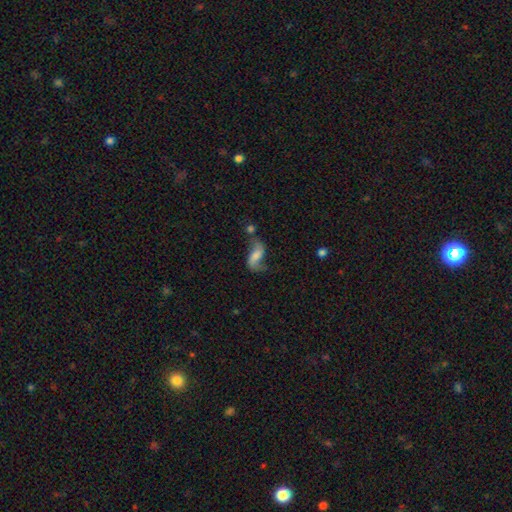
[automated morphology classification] Smooth or featured?
  - featured or disk: 68% *
  - smooth: 24%
  - star or artifact: 9%
Edge-on disk?
  - no: 95% *
  - yes: 5%
Bar?
  - weak: 41% *
  - no: 36%
  - strong: 23%
Spiral arms?
  - yes: 90% *
  - no: 10%
Spiral winding?
  - loose: 84% *
  - medium: 13%
  - tight: 3%
Spiral arm count?
  - 2: 87% *
  - 1: 7%
  - can't tell: 3%
  - 3: 1%
  - 4: 1%
  - more than 4: 1%
Bulge size?
  - none: 29% *
  - moderate: 28%
  - small: 28%
  - large: 12%
  - dominant: 3%
Merging?
  - none: 49% *
  - minor disturbance: 19%
  - merger: 17%
  - major disturbance: 16%